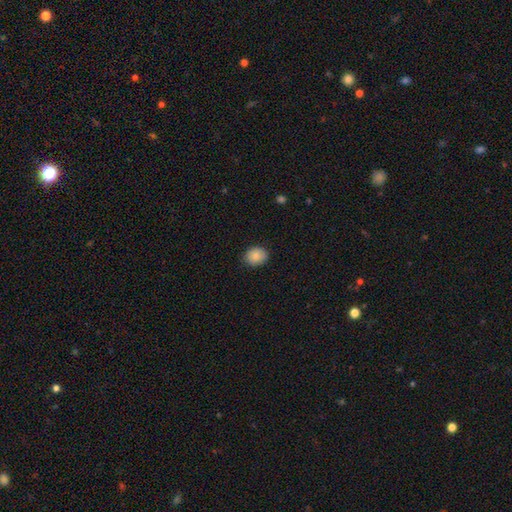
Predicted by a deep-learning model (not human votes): A smooth galaxy with no disk features (85%) that is round (52%). Merging: none (83%).